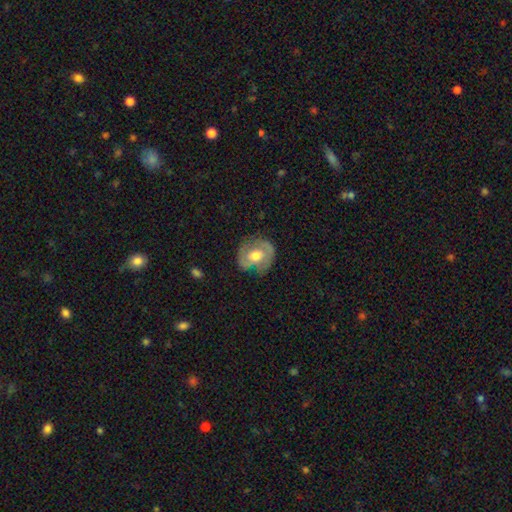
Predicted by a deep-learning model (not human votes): This is possibly a featured or disk galaxy (56%). It is clearly not viewed edge-on (96%). Bar: likely no (67%). Spiral arm pattern: likely yes (62%). Central bulge: likely moderate (70%). Merging: likely none (64%).